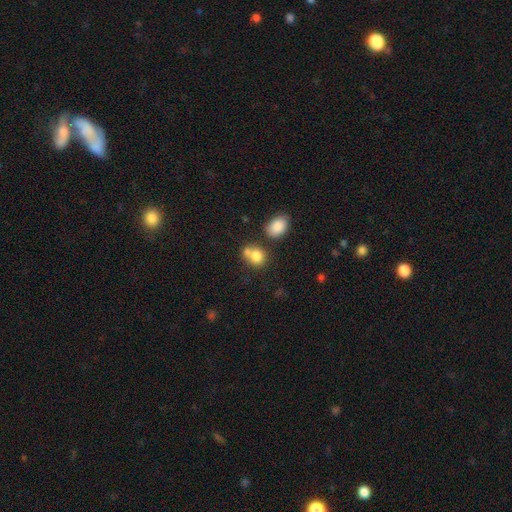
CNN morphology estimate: Overall: smooth (80%). How rounded: round (58%; in between 41%). Merging: merger (45%; none 37%).